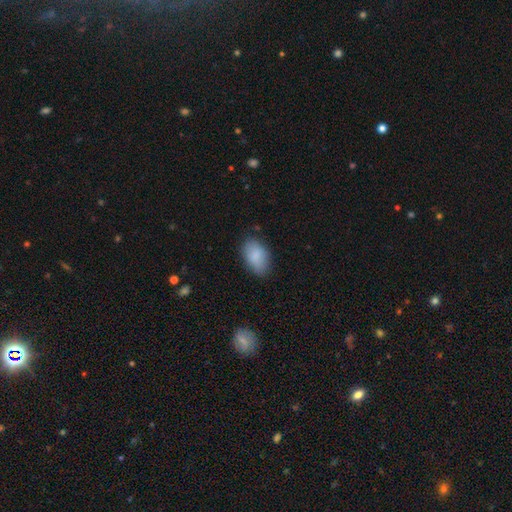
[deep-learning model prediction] smooth-or-featured: smooth: 85% | featured or disk: 8% | star or artifact: 7%
  how-rounded: in between: 92% | round: 7% | cigar-shaped: 2%
  merging: none: 76% | minor disturbance: 18% | major disturbance: 4% | merger: 1%